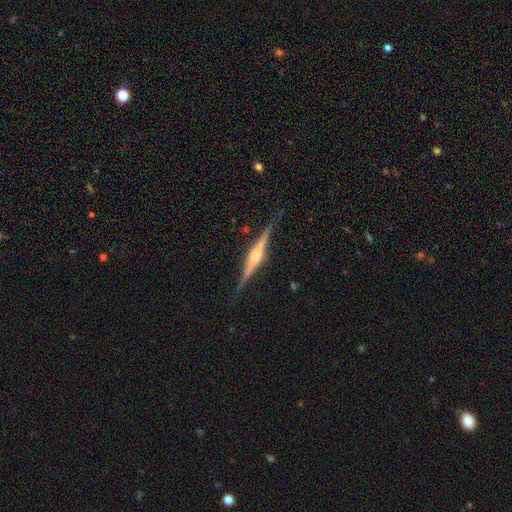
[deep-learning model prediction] Q: Smooth or featured?
A: featured or disk (80%); runner-up: smooth (14%)
Q: Edge-on disk?
A: yes (98%); runner-up: no (2%)
Q: Edge-on bulge?
A: rounded (73%); runner-up: boxy (17%)
Q: Merging?
A: none (86%); runner-up: minor disturbance (10%)